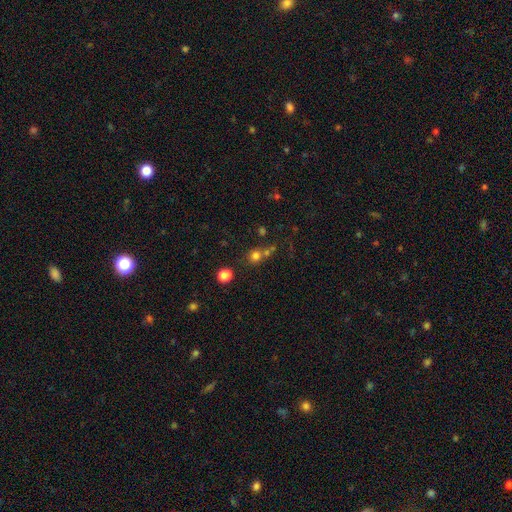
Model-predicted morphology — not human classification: smooth-or-featured: smooth: 74% | star or artifact: 18% | featured or disk: 8%
  how-rounded: round: 86% | in between: 13% | cigar-shaped: 1%
  merging: none: 58% | merger: 28% | minor disturbance: 9% | major disturbance: 5%